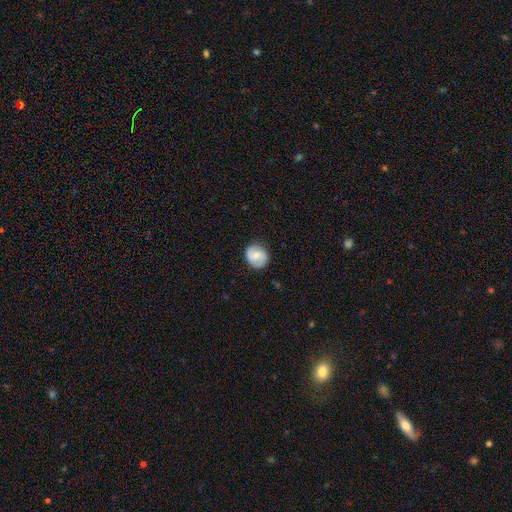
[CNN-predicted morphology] The model was most divided on "smooth or featured": smooth: 57%, featured or disk: 36%, star or artifact: 7%. More confident: merging — none (85%); how rounded — round (73%).